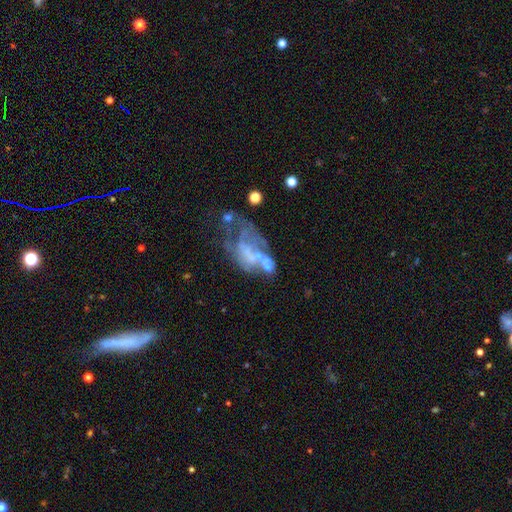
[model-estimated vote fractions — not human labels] This is likely a featured or disk galaxy (61%). It is clearly not viewed edge-on (94%). Bar: likely no (79%). Spiral arm pattern: likely no (72%). Central bulge: likely none (66%). Merging: marginally major disturbance (34%).